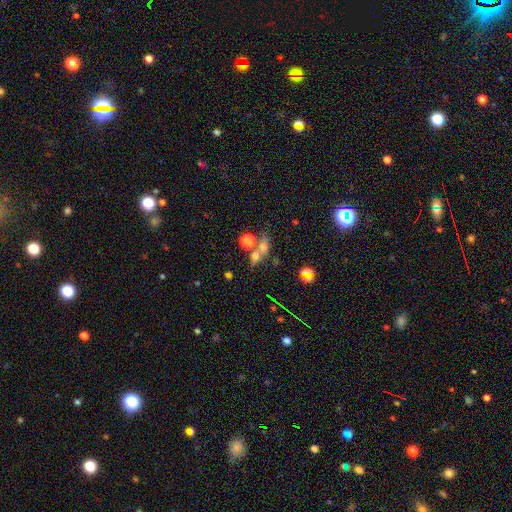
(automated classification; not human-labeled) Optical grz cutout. It shows a smooth galaxy with no disk features (62%) that is round (45%, tied with in between). Merging: merger (43%).